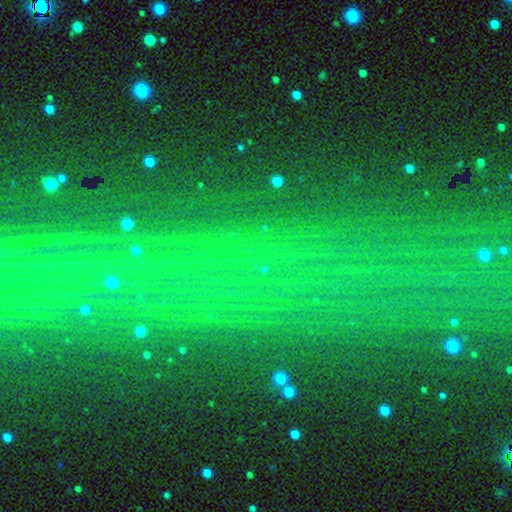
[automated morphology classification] smooth_or_featured: star or artifact (p=0.82) [alt: featured or disk p=0.09]